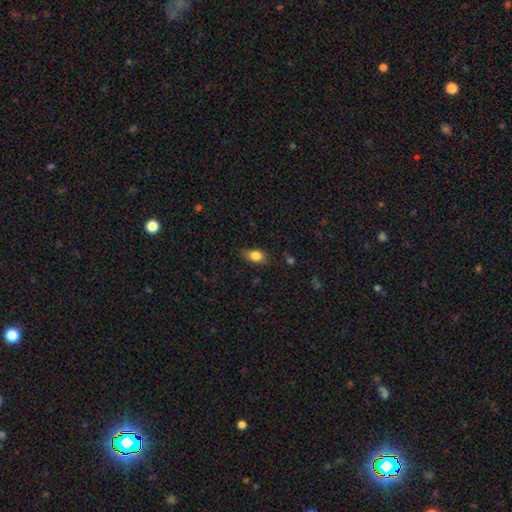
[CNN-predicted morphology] Smooth or featured? Predicted: smooth (p=0.80). How rounded? Predicted: in between (p=0.80). Merging? Predicted: none (p=0.76).